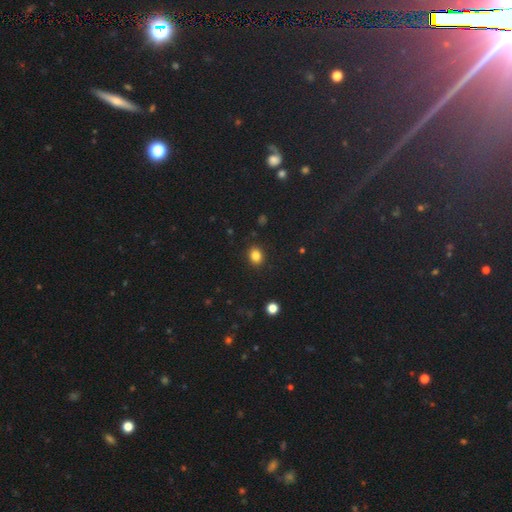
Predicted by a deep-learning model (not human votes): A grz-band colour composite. It shows a smooth galaxy with no disk features (84%) that is round (54%). Merging: none (89%).